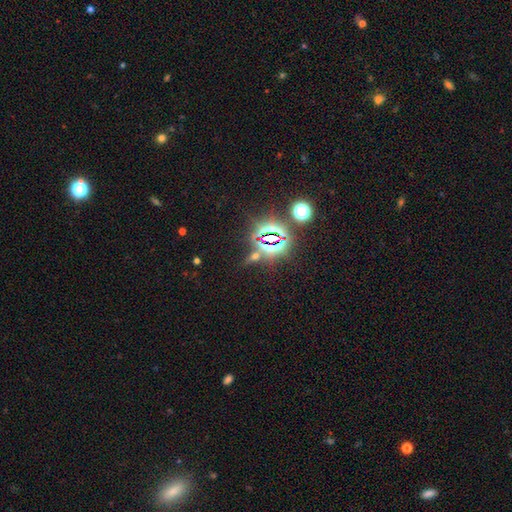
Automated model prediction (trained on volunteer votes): A star or artifact, not a galaxy (73%).

Vote fractions:
- Smooth or featured? star or artifact: 73% / smooth: 18% / featured or disk: 10%